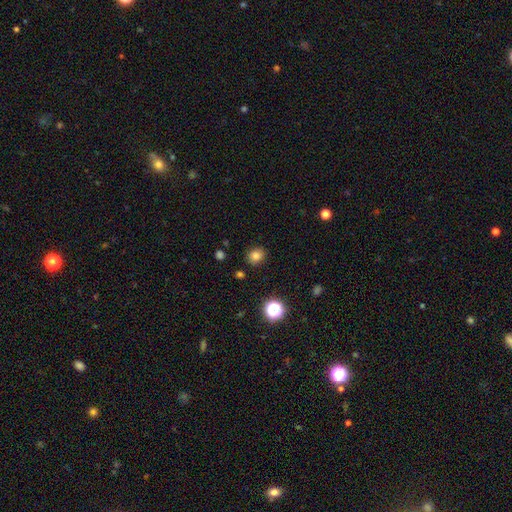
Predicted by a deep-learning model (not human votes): Q: Smooth or featured?
A: smooth (80%); runner-up: star or artifact (14%)
Q: How rounded?
A: round (70%); runner-up: in between (29%)
Q: Merging?
A: none (87%); runner-up: minor disturbance (9%)